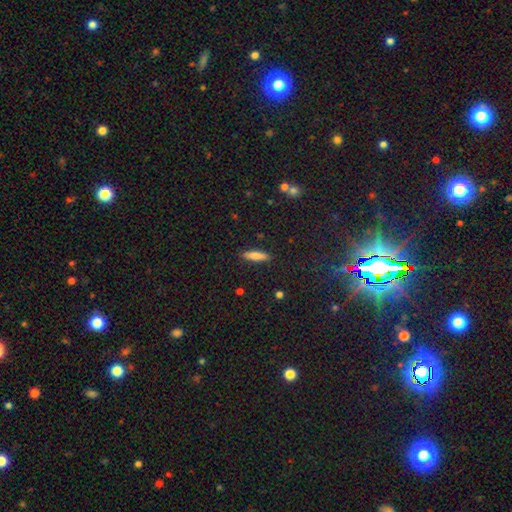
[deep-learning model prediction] A smooth galaxy with no disk features (77%) that is cigar-shaped (66%).

Vote fractions:
- Smooth or featured? smooth: 77% / featured or disk: 15% / star or artifact: 8%
- How rounded? cigar-shaped: 66% / in between: 32% / round: 2%
- Merging? none: 88% / minor disturbance: 9% / major disturbance: 2% / merger: 1%